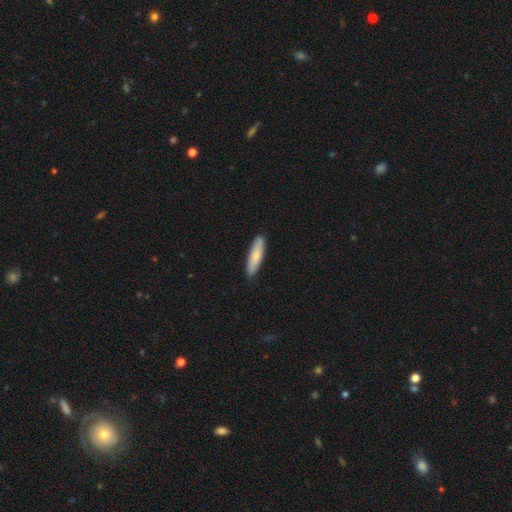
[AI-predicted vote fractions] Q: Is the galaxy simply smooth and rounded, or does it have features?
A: smooth — 76%.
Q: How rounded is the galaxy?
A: cigar-shaped — 73%.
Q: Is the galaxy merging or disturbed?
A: none — 89%.